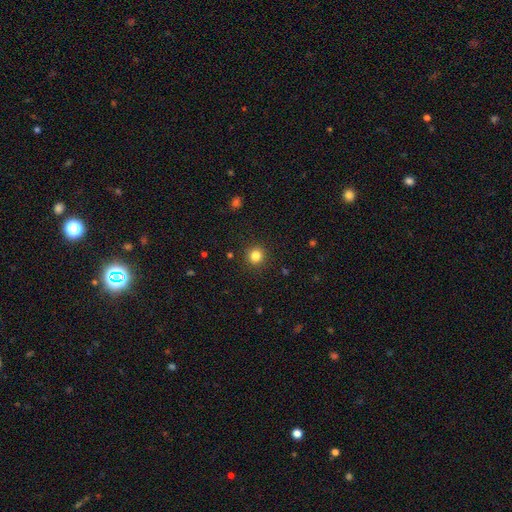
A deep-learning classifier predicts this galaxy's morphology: Smooth or featured? smooth (84%)
How rounded? round (92%)
Merging? none (91%)